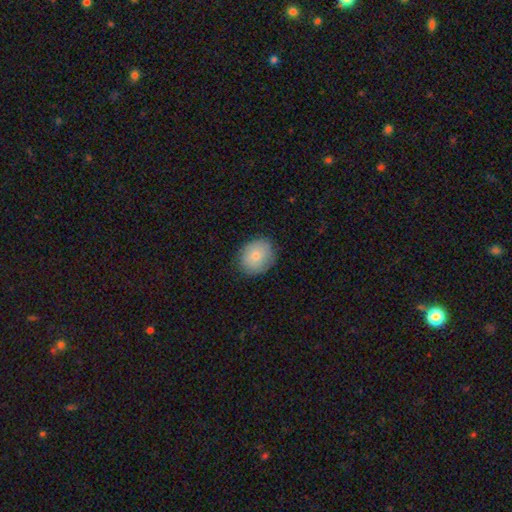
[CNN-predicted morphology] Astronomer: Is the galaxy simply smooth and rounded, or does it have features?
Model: smooth — 80%.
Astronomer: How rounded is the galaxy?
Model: round — 59% (runner-up: in between, 40%).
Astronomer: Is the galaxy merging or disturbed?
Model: none — 82%.